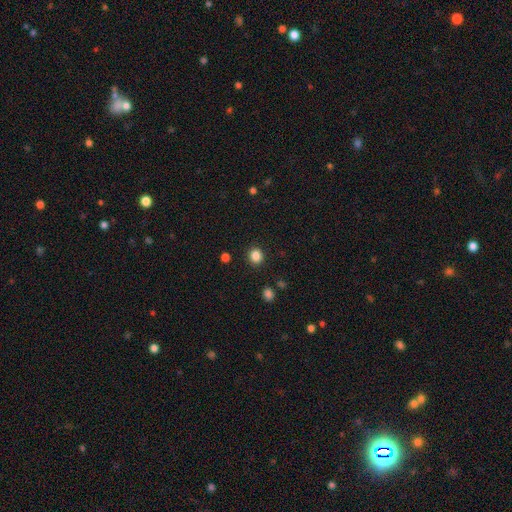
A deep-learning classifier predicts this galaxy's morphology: Smooth or featured? smooth (85%)
How rounded? round (83%)
Merging? none (90%)